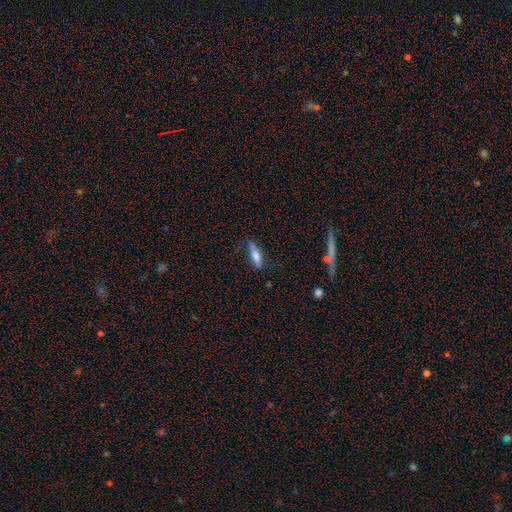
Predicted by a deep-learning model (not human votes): smooth 66%, featured or disk 27%, star or artifact 7%. Down the decision tree: how rounded — cigar-shaped (57%); merging — none (65%).